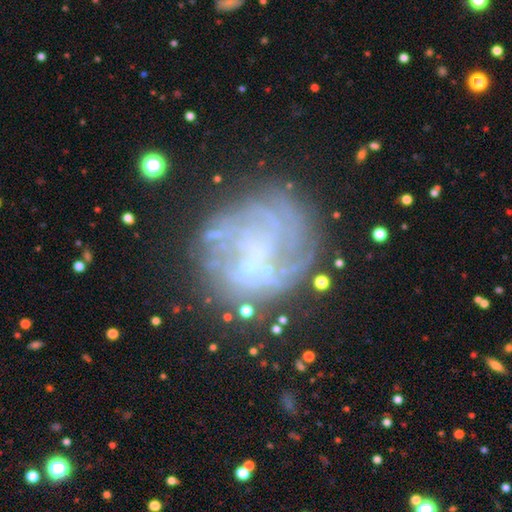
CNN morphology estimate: This is likely a featured or disk galaxy (64%). It is clearly not viewed edge-on (98%). Bar: likely no (73%). Spiral arm pattern: possibly yes (55%). Central bulge: possibly none (59%). Merging: likely none (63%).